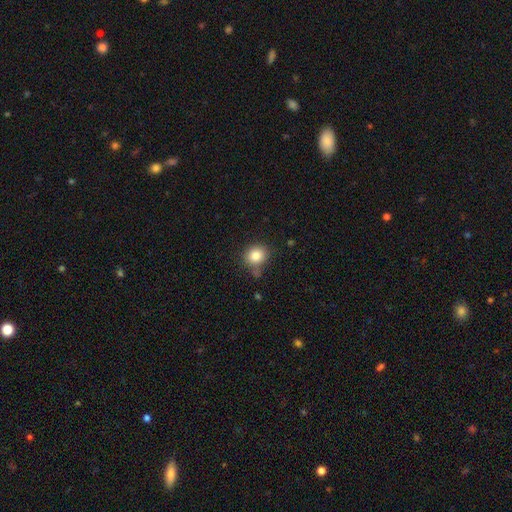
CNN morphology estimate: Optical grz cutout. It shows a smooth galaxy with no disk features (83%) that is round (76%). Merging: none (72%).